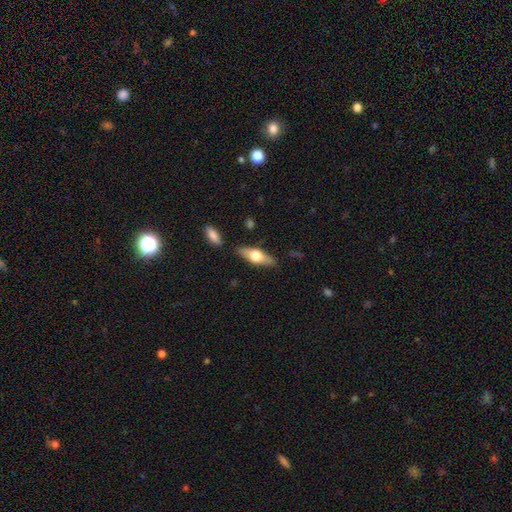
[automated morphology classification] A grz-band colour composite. It shows a featured or disk galaxy (51%) viewed edge-on (91%). Merging: none (83%).